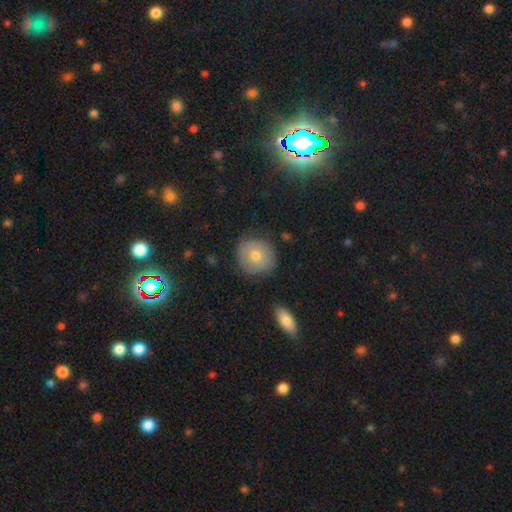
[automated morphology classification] smooth_or_featured: smooth (p=0.59) [alt: featured or disk p=0.31]
how_rounded: round (p=0.89) [alt: in between p=0.10]
merging: none (p=0.81) [alt: minor disturbance p=0.14]